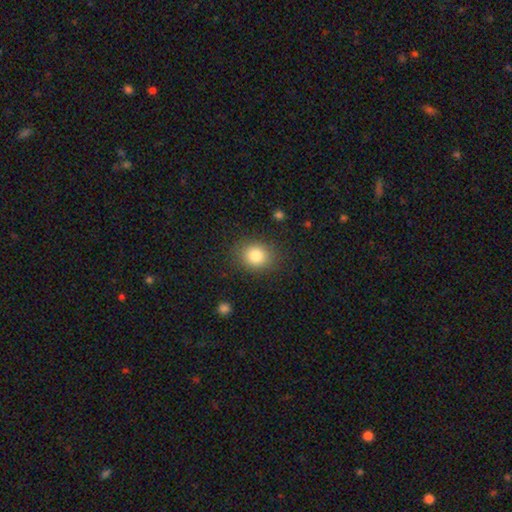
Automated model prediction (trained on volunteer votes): Smooth or featured?
  - smooth: 82% *
  - star or artifact: 10%
  - featured or disk: 8%
How rounded?
  - round: 66% *
  - in between: 33%
  - cigar-shaped: 1%
Merging?
  - none: 85% *
  - minor disturbance: 10%
  - major disturbance: 3%
  - merger: 1%